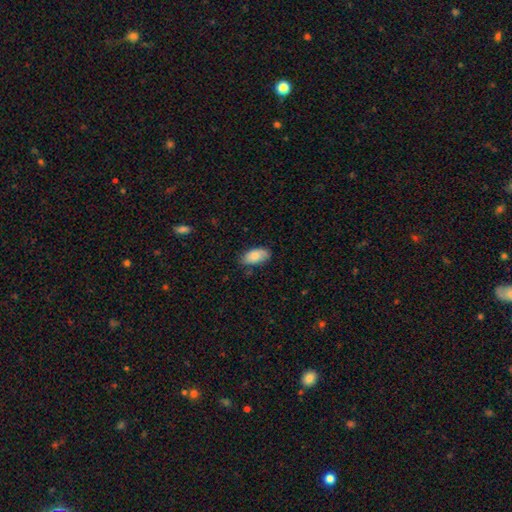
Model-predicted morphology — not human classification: Q: Smooth or featured?
A: smooth (81%); runner-up: featured or disk (12%)
Q: How rounded?
A: in between (94%); runner-up: cigar-shaped (4%)
Q: Merging?
A: none (75%); runner-up: minor disturbance (20%)